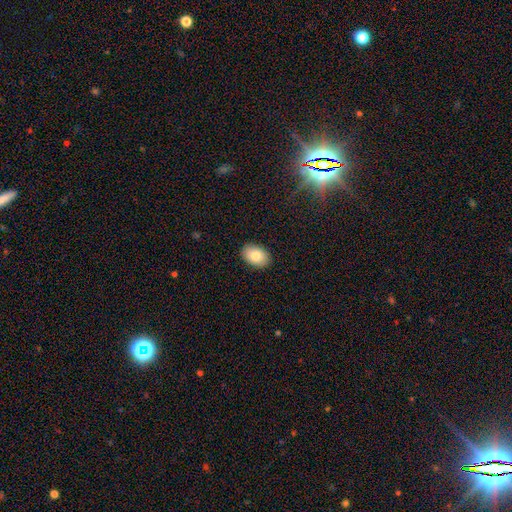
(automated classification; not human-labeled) A smooth galaxy with no disk features (85%) that is in between round and cigar-shaped (87%). Merging: none (90%).